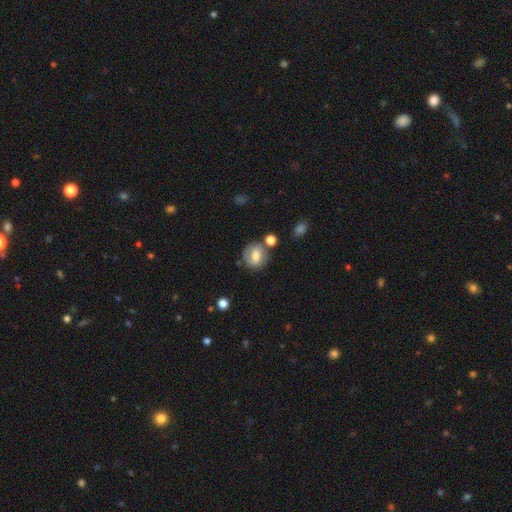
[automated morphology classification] This is possibly a smooth galaxy (50%). Merging: likely none (65%).